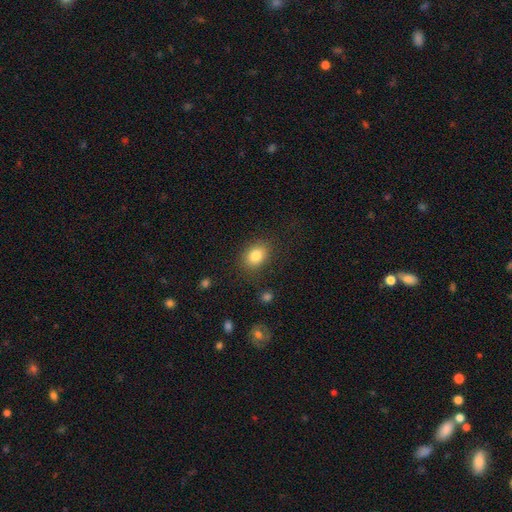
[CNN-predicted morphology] Smooth or featured? Predicted: smooth (p=0.83). How rounded? Predicted: in between (p=0.62). Merging? Predicted: none (p=0.83).